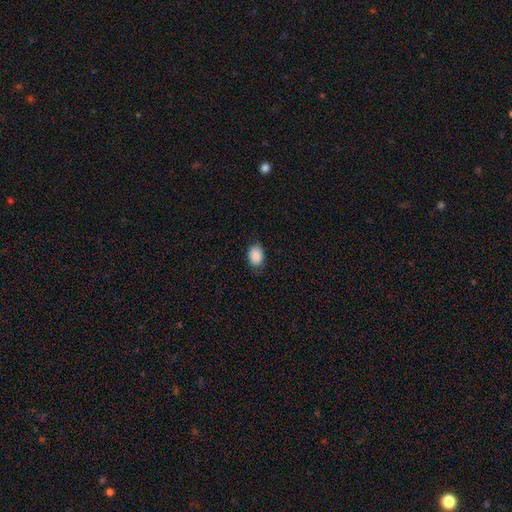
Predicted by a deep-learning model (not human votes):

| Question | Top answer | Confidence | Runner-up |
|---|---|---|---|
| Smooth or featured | smooth | 89% | star or artifact (7%) |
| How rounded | in between | 82% | round (16%) |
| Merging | none | 82% | minor disturbance (15%) |